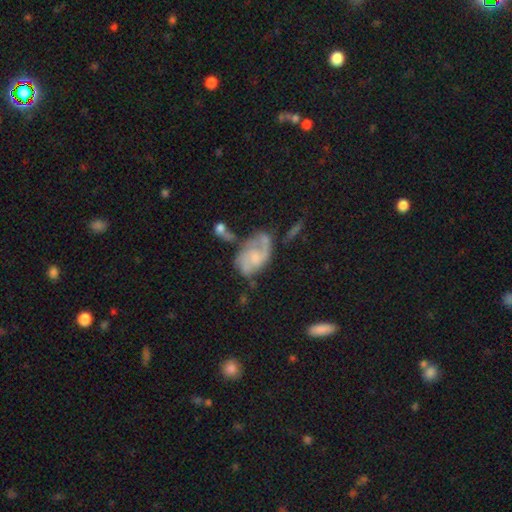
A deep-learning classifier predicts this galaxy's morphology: Q: Smooth or featured?
A: featured or disk (70%); runner-up: smooth (22%)
Q: Edge-on disk?
A: no (97%); runner-up: yes (3%)
Q: Bar?
A: no (58%); runner-up: weak (36%)
Q: Spiral arms?
A: yes (83%); runner-up: no (17%)
Q: Spiral winding?
A: medium (45%); runner-up: loose (32%)
Q: Spiral arm count?
A: 2 (64%); runner-up: can't tell (18%)
Q: Bulge size?
A: small (43%); runner-up: moderate (32%)
Q: Merging?
A: none (35%); runner-up: major disturbance (25%)